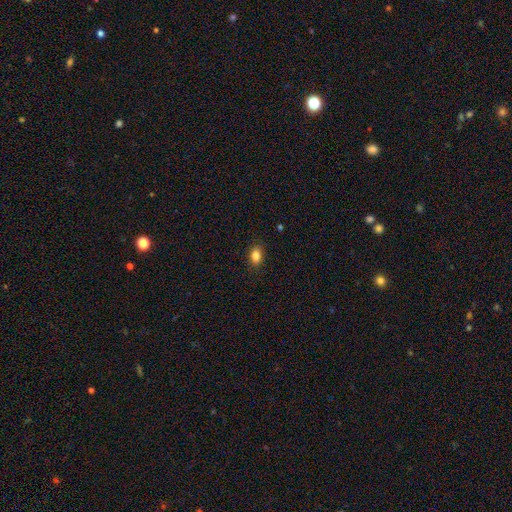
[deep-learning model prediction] Morphology: type=smooth (85%); roundness=in between (78%); merging=none (88%).